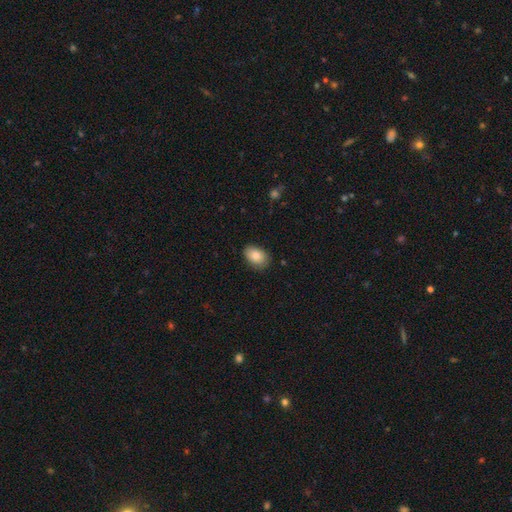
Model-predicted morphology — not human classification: smooth-or-featured: smooth: 79% | featured or disk: 13% | star or artifact: 8%
  how-rounded: in between: 83% | round: 16% | cigar-shaped: 1%
  merging: none: 80% | minor disturbance: 16% | major disturbance: 3% | merger: 1%